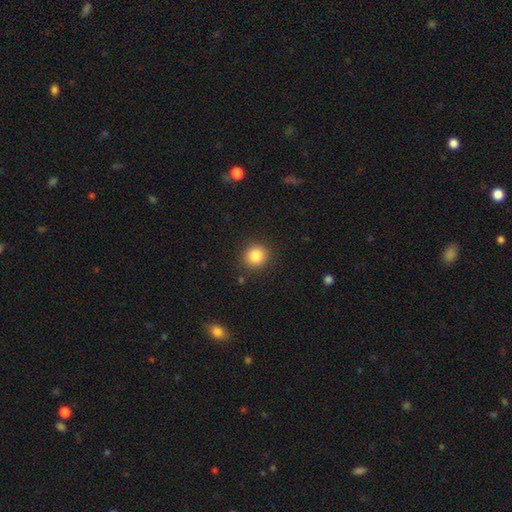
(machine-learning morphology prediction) Smooth or featured?
  - smooth: 85% *
  - star or artifact: 10%
  - featured or disk: 5%
How rounded?
  - round: 89% *
  - in between: 10%
  - cigar-shaped: 1%
Merging?
  - none: 89% *
  - minor disturbance: 7%
  - major disturbance: 2%
  - merger: 1%